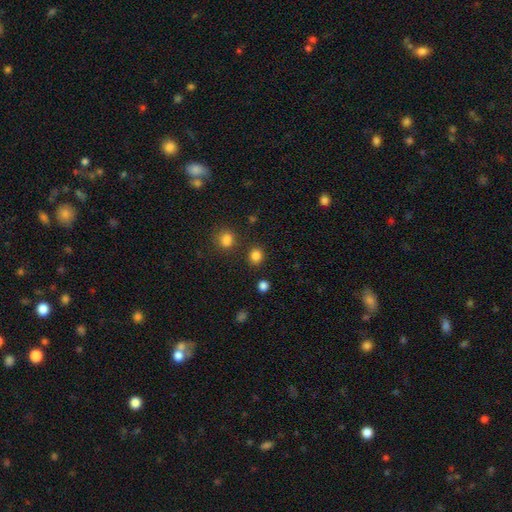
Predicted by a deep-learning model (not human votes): A smooth galaxy with no disk features (84%) that is round (76%). Merging: none (85%).